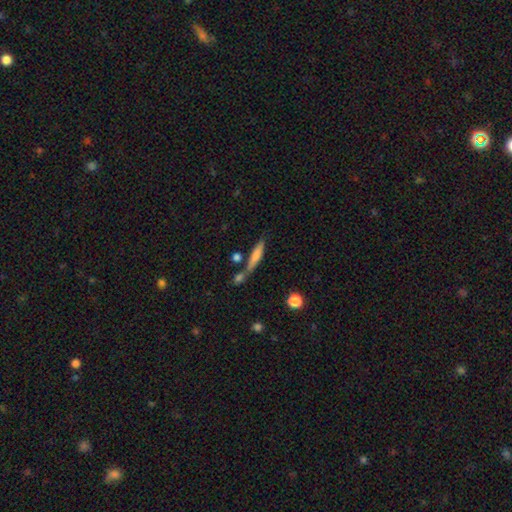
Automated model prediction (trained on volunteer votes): Smooth or featured? Predicted: smooth (p=0.65). How rounded? Predicted: cigar-shaped (p=0.82). Merging? Predicted: none (p=0.57).